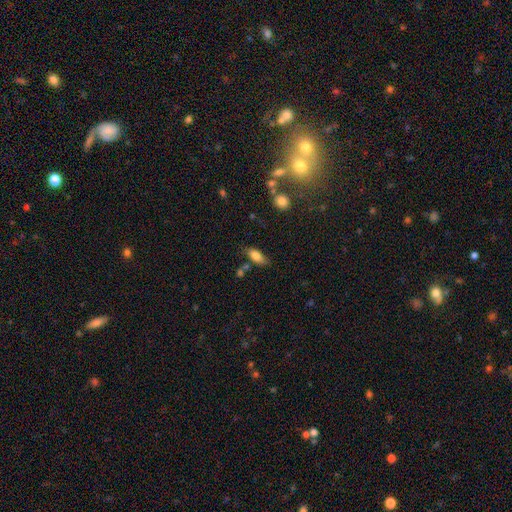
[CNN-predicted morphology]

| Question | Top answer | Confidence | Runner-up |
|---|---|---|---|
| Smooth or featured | smooth | 80% | featured or disk (12%) |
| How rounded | in between | 84% | cigar-shaped (13%) |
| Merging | none | 65% | minor disturbance (20%) |